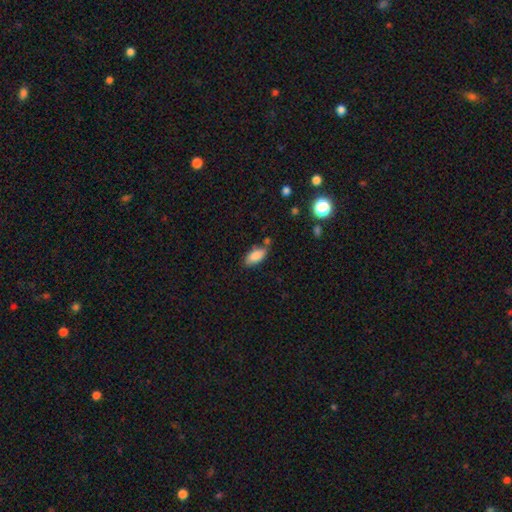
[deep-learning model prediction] Smooth or featured? smooth (85%)
How rounded? in between (88%)
Merging? none (66%)